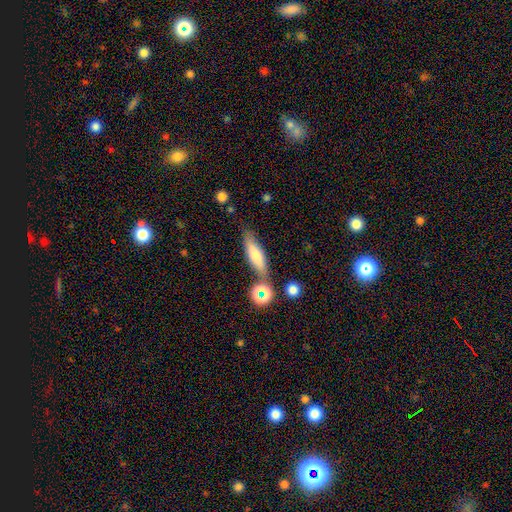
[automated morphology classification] type=smooth (63%); roundness=cigar-shaped (57%); merging=none (68%).